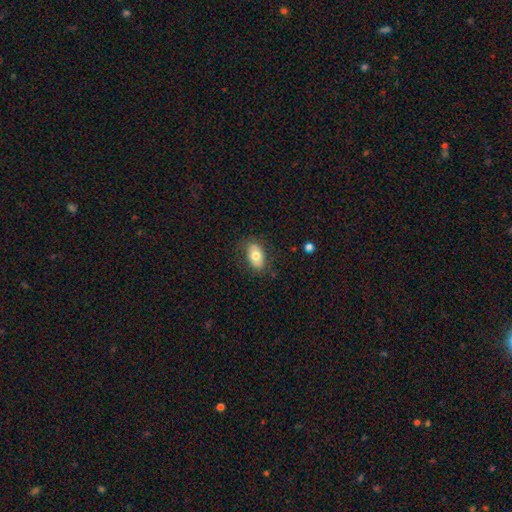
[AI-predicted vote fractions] Smooth or featured? Predicted: smooth (p=0.73). How rounded? Predicted: in between (p=0.91). Merging? Predicted: none (p=0.80).